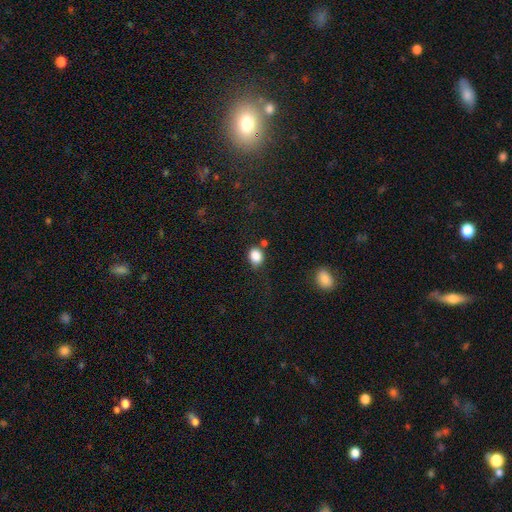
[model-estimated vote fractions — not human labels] A smooth galaxy with no disk features (86%) that is in between round and cigar-shaped (54%). Merging: none (69%).